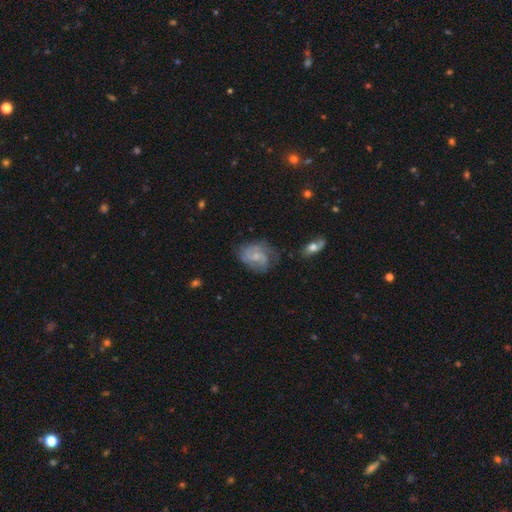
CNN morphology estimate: A featured or disk galaxy (70%) with no bar (61%), 2 (42%) medium (45%) spiral arms (89%) and a small central bulge (59%).

Vote fractions:
- Smooth or featured? featured or disk: 70% / smooth: 22% / star or artifact: 8%
- Edge-on disk? no: 97% / yes: 3%
- Bar? no: 61% / weak: 34% / strong: 5%
- Spiral arms? yes: 89% / no: 11%
- Spiral winding? medium: 45% / tight: 37% / loose: 18%
- Spiral arm count? 2: 42% / can't tell: 25% / 3: 21% / 4: 5% / 1: 4% / more than 4: 3%
- Bulge size? small: 59% / moderate: 27% / none: 11% / large: 2% / dominant: 1%
- Merging? none: 60% / minor disturbance: 24% / major disturbance: 13% / merger: 3%